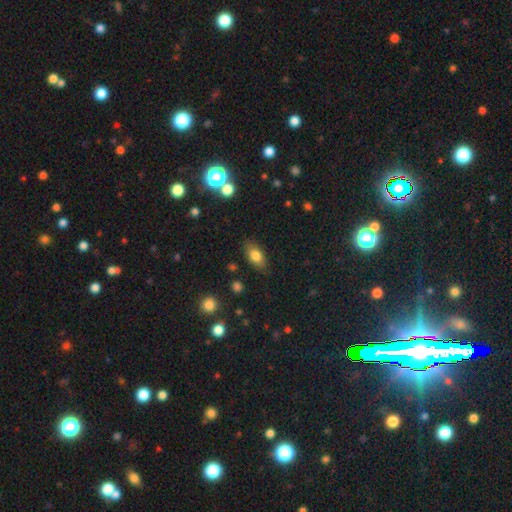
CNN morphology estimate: The model was most divided on "smooth or featured": smooth: 78%, featured or disk: 13%, star or artifact: 9%. More confident: how rounded — in between (86%); merging — none (82%).